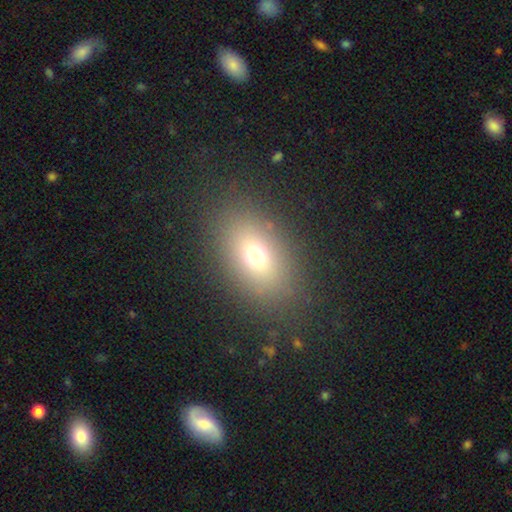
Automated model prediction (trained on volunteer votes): Smooth or featured?
  - smooth: 70% *
  - featured or disk: 16%
  - star or artifact: 15%
How rounded?
  - in between: 80% *
  - round: 18%
  - cigar-shaped: 2%
Merging?
  - none: 85% *
  - minor disturbance: 9%
  - major disturbance: 5%
  - merger: 1%